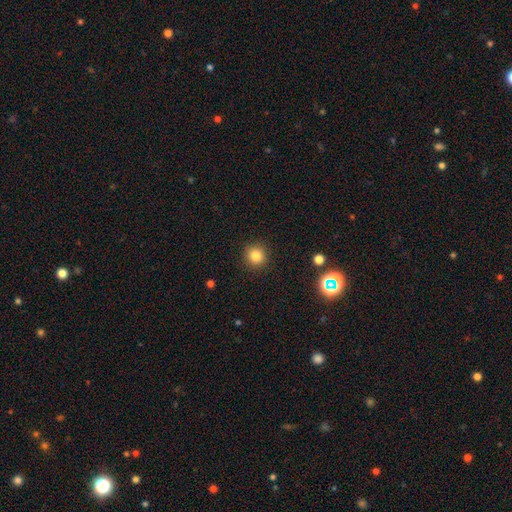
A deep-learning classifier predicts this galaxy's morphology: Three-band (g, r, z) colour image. It shows a smooth galaxy with no disk features (83%) that is round (92%). Merging: none (91%).